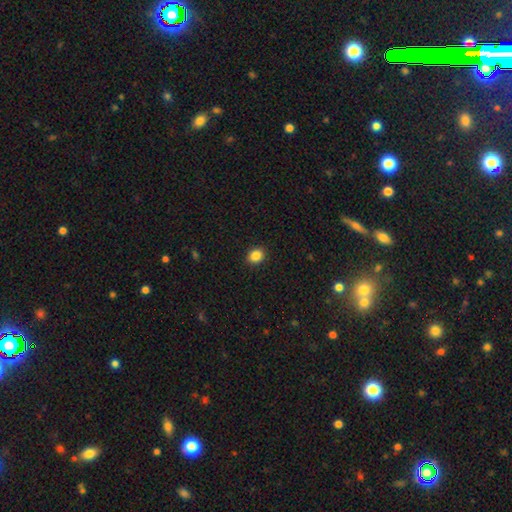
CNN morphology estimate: smooth 87%, star or artifact 10%, featured or disk 4%. Down the decision tree: how rounded — in between (53%); merging — none (91%).